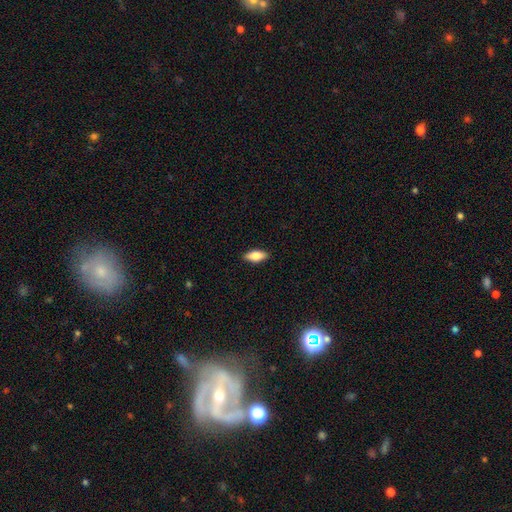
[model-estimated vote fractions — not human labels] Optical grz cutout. It shows a smooth galaxy with no disk features (78%) that is in between round and cigar-shaped (83%). Merging: none (89%).